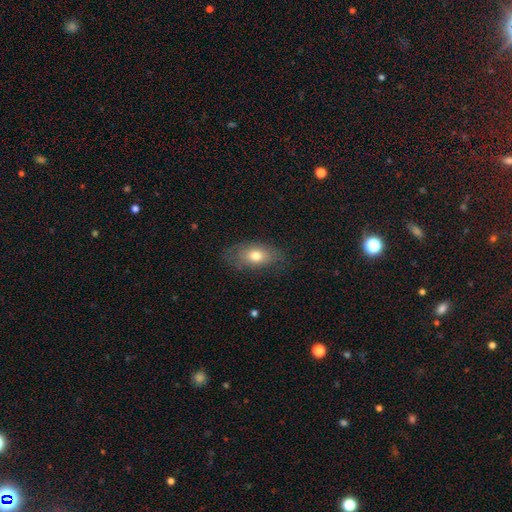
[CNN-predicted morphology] smooth 70%, featured or disk 22%, star or artifact 8%. Down the decision tree: how rounded — in between (87%); merging — none (71%).